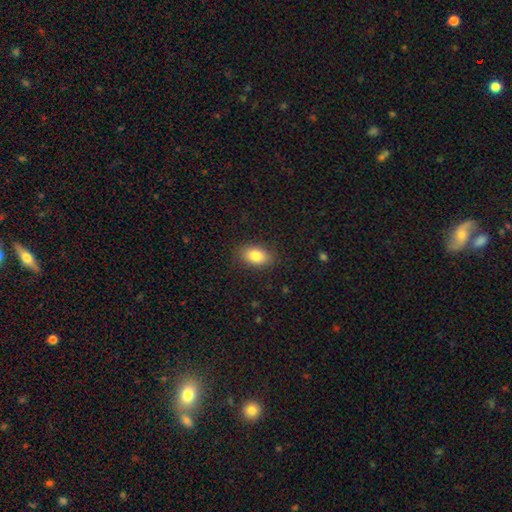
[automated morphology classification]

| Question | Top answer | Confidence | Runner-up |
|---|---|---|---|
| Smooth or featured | smooth | 83% | featured or disk (9%) |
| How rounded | in between | 87% | round (11%) |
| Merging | none | 85% | minor disturbance (11%) |